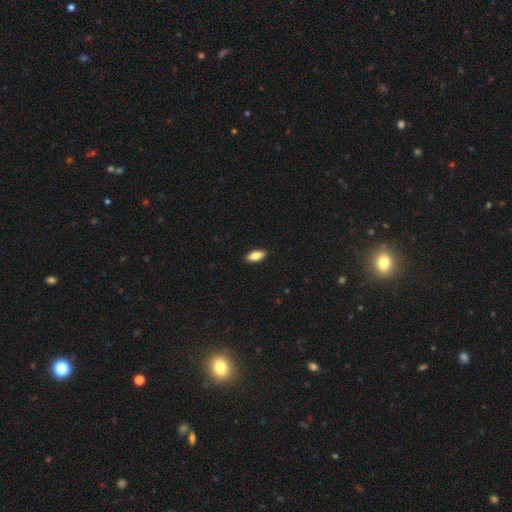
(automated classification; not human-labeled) Smooth or featured?
  - smooth: 78% *
  - featured or disk: 15%
  - star or artifact: 7%
How rounded?
  - in between: 84% *
  - cigar-shaped: 13%
  - round: 3%
Merging?
  - none: 90% *
  - minor disturbance: 7%
  - major disturbance: 2%
  - merger: 1%